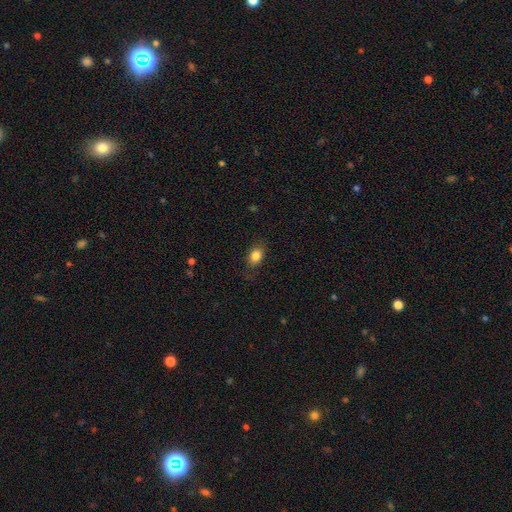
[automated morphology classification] Smooth or featured: smooth — 83% (star or artifact — 9%)
How rounded: in between — 70% (round — 28%)
Merging: none — 79% (minor disturbance — 16%)